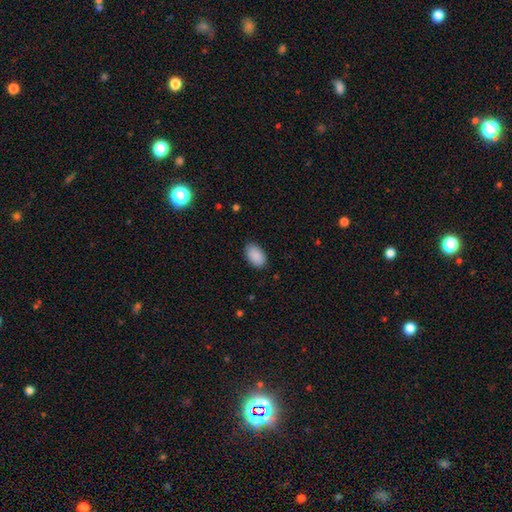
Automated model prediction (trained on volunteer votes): A smooth galaxy with no disk features (90%) that is in between round and cigar-shaped (94%). Merging: none (85%).